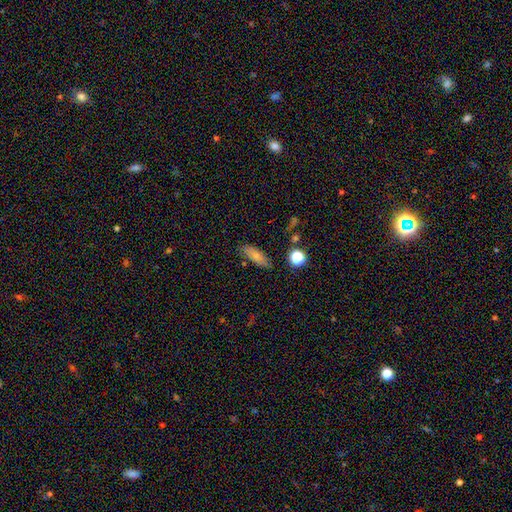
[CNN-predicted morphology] smooth-or-featured: smooth: 75% | featured or disk: 15% | star or artifact: 10%
  how-rounded: in between: 64% | cigar-shaped: 32% | round: 4%
  merging: none: 81% | minor disturbance: 13% | major disturbance: 3% | merger: 3%